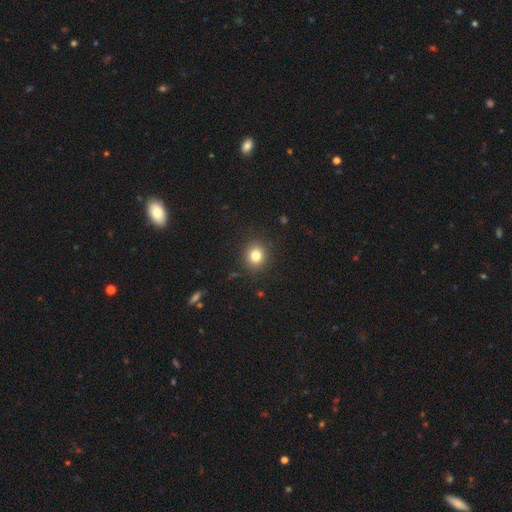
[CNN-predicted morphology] Smooth or featured? smooth (81%)
How rounded? round (84%)
Merging? none (89%)